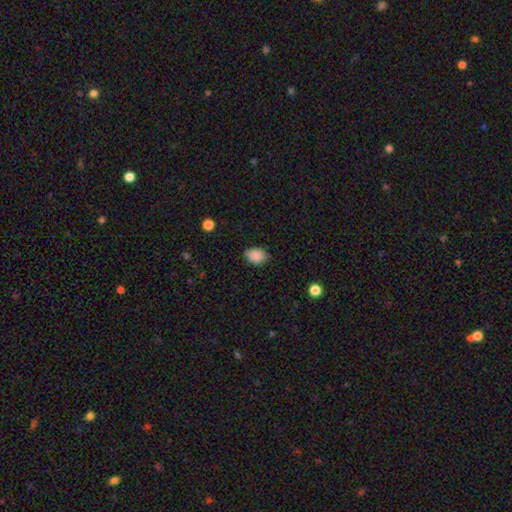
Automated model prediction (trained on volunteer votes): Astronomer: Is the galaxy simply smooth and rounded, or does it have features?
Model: smooth — 87%.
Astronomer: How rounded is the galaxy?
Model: in between — 70%.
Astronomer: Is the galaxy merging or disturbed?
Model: none — 73%.